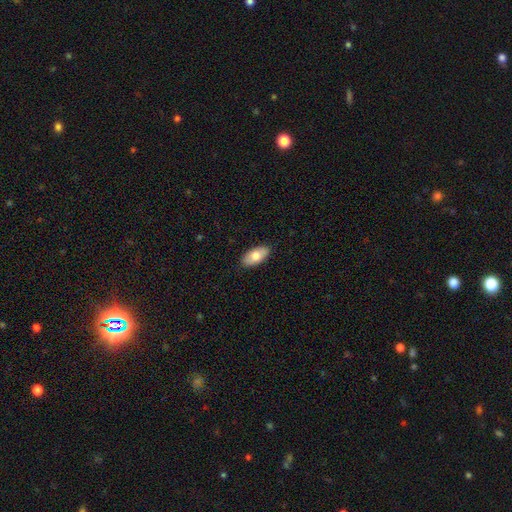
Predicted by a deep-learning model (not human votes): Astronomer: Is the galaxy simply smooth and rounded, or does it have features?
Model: smooth — 75%.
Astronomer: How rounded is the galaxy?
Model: in between — 93%.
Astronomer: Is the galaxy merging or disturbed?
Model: none — 88%.